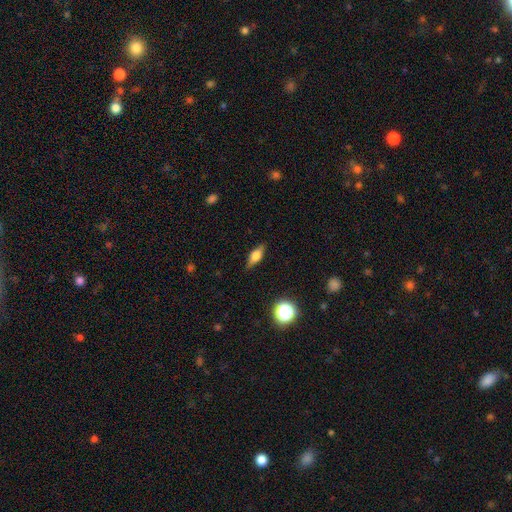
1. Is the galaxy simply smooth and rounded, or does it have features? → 49% featured or disk, 46% smooth, 5% star or artifact.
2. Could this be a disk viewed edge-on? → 100% yes, 0% no.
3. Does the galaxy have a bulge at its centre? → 78% rounded, 17% boxy, 6% none.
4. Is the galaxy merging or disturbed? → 83% none, 14% minor disturbance, 3% merger, 0% major disturbance.